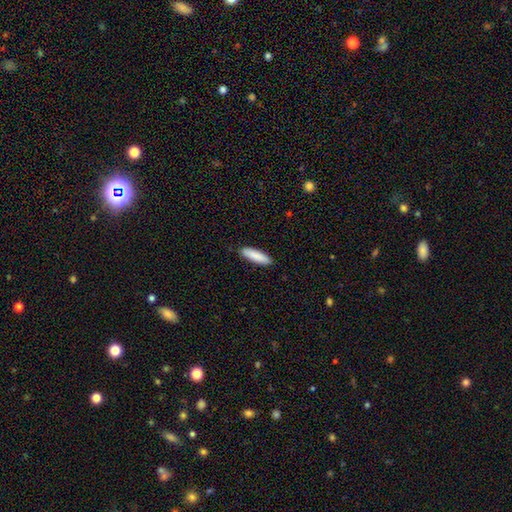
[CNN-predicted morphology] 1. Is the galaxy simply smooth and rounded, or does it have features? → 88% smooth, 7% featured or disk, 5% star or artifact.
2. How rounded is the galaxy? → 69% cigar-shaped, 30% in between, 1% round.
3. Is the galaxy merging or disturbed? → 90% none, 8% minor disturbance, 1% major disturbance, 1% merger.